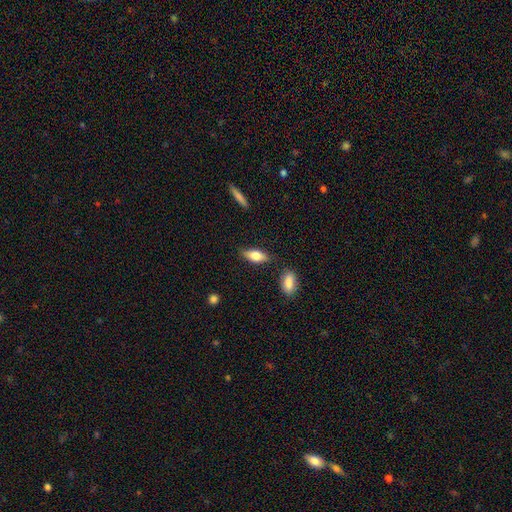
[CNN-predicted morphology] Smooth or featured: smooth — 69% (featured or disk — 24%)
How rounded: in between — 74% (cigar-shaped — 22%)
Merging: none — 79% (minor disturbance — 14%)